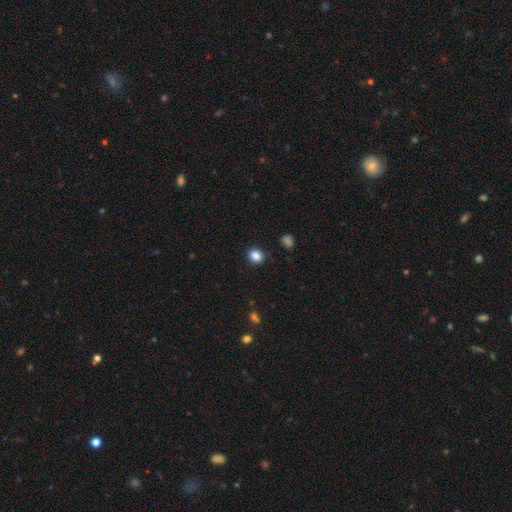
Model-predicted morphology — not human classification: smooth_or_featured: smooth (p=0.86) [alt: star or artifact p=0.10]
how_rounded: round (p=0.72) [alt: in between p=0.27]
merging: none (p=0.89) [alt: minor disturbance p=0.07]